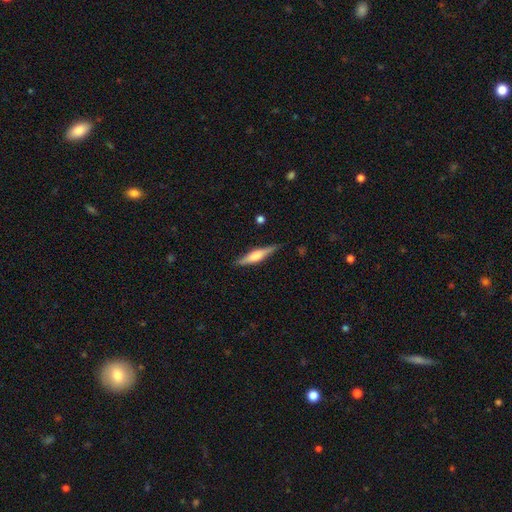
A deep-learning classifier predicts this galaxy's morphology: smooth_or_featured: featured or disk (p=0.58) [alt: smooth p=0.36]
disk_edge_on: yes (p=0.96) [alt: no p=0.04]
edge_on_bulge: rounded (p=0.72) [alt: boxy p=0.23]
merging: none (p=0.84) [alt: minor disturbance p=0.12]